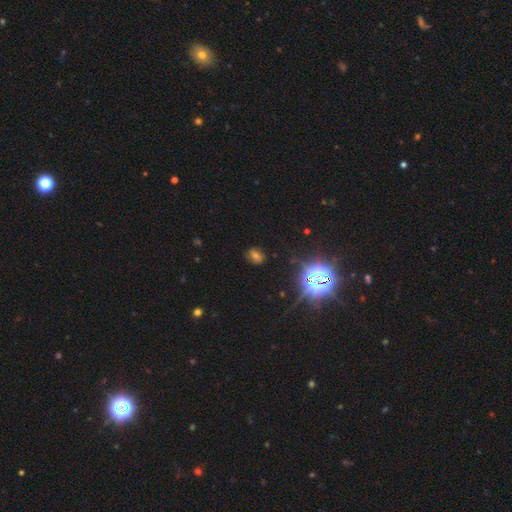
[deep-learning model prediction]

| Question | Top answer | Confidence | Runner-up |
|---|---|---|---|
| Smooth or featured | star or artifact | 50% | smooth (37%) |